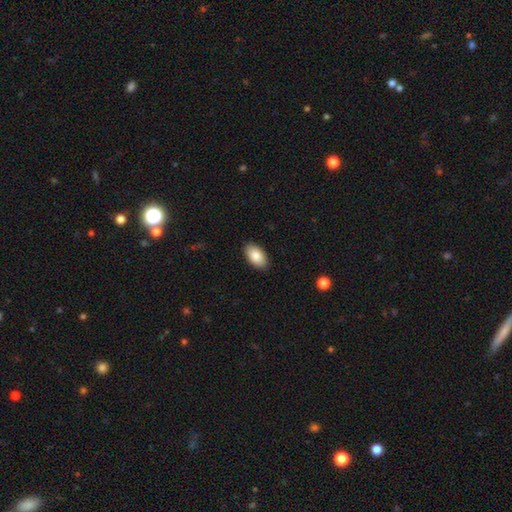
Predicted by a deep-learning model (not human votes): Morphology: type=smooth (86%); roundness=in between (95%); merging=none (89%).